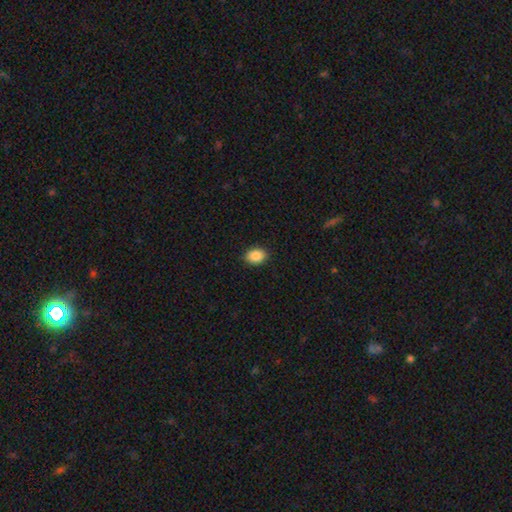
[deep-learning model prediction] Overall: smooth (88%). How rounded: in between (64%; round 35%). Merging: none (88%).